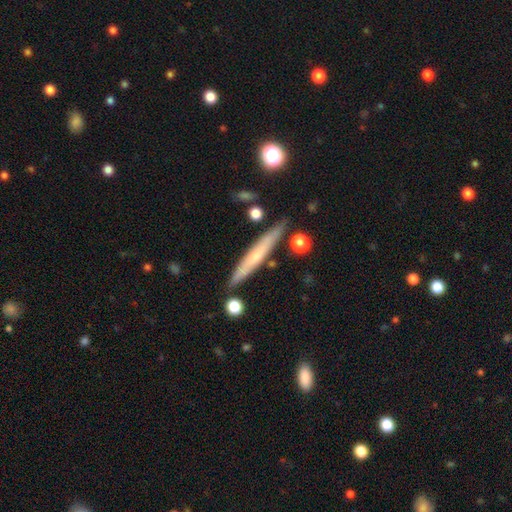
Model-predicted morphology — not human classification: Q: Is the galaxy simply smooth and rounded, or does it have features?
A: smooth — 50%.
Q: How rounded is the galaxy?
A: cigar-shaped — 95%.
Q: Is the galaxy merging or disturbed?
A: none — 84%.